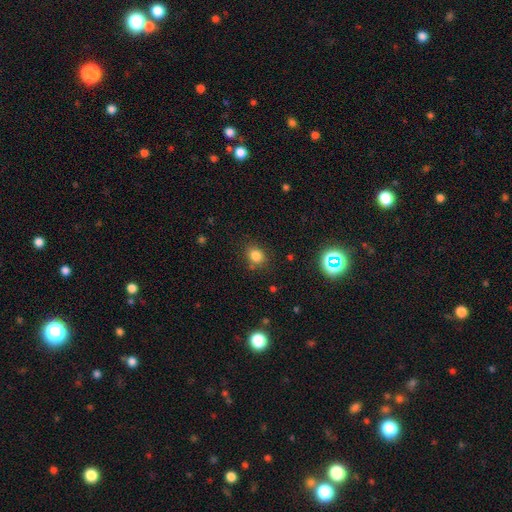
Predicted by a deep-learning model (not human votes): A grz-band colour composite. It shows a smooth galaxy with no disk features (80%) that is round (62%). Merging: none (80%).